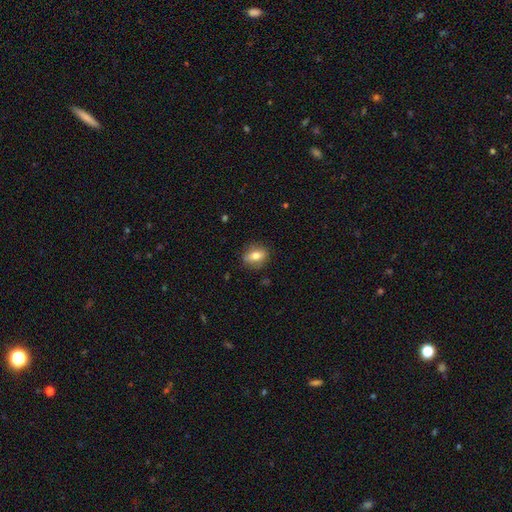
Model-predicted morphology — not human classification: Q: Smooth or featured?
A: smooth (67%); runner-up: featured or disk (25%)
Q: How rounded?
A: in between (63%); runner-up: round (31%)
Q: Merging?
A: none (83%); runner-up: minor disturbance (13%)